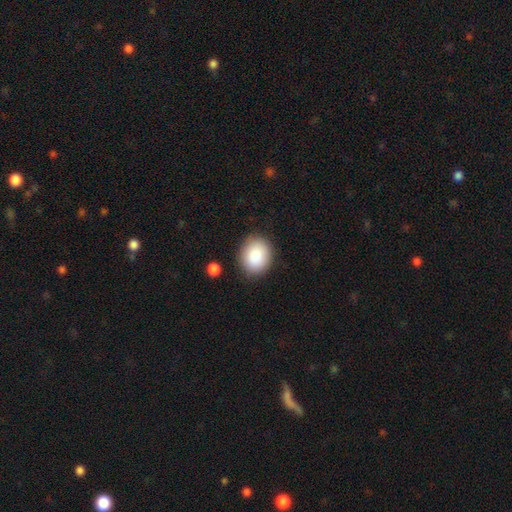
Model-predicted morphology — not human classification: This is clearly a smooth galaxy (88%). How rounded: possibly round (53%). Merging: clearly none (86%).